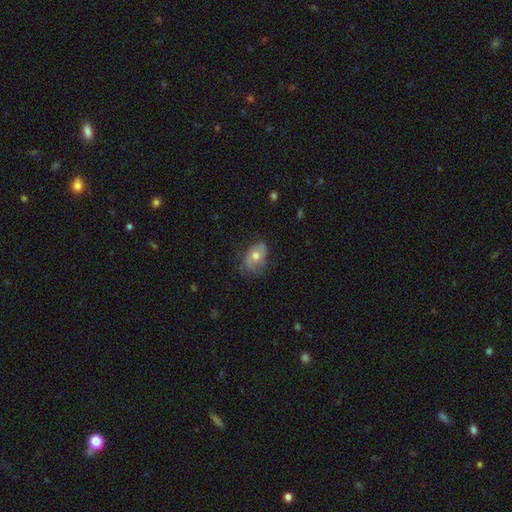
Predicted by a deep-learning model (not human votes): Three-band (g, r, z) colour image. It shows a smooth galaxy with no disk features (54%) that is in between round and cigar-shaped (79%). Merging: none (57%).